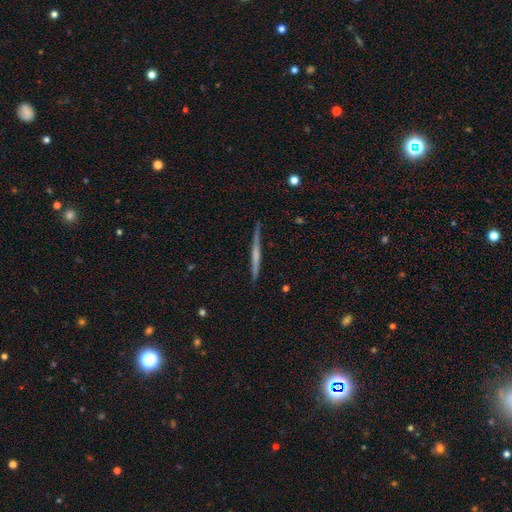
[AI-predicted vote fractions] Smooth or featured? featured or disk (61%)
Edge-on disk? yes (98%)
Edge-on bulge? none (61%)
Merging? none (86%)